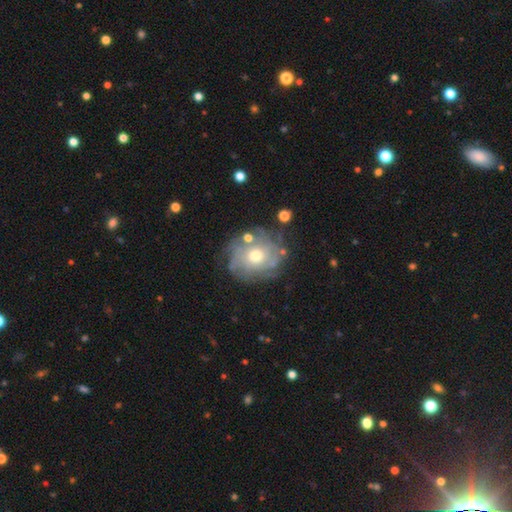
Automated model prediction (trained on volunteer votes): Smooth or featured?
  - featured or disk: 75% *
  - smooth: 16%
  - star or artifact: 9%
Edge-on disk?
  - no: 97% *
  - yes: 3%
Bar?
  - no: 83% *
  - weak: 14%
  - strong: 3%
Spiral arms?
  - yes: 86% *
  - no: 14%
Spiral winding?
  - tight: 68% *
  - medium: 23%
  - loose: 9%
Spiral arm count?
  - can't tell: 46% *
  - 4: 14%
  - 3: 13%
  - more than 4: 12%
  - 2: 9%
  - 1: 6%
Bulge size?
  - moderate: 70% *
  - small: 22%
  - large: 6%
  - none: 1%
  - dominant: 1%
Merging?
  - none: 74% *
  - minor disturbance: 15%
  - major disturbance: 7%
  - merger: 4%